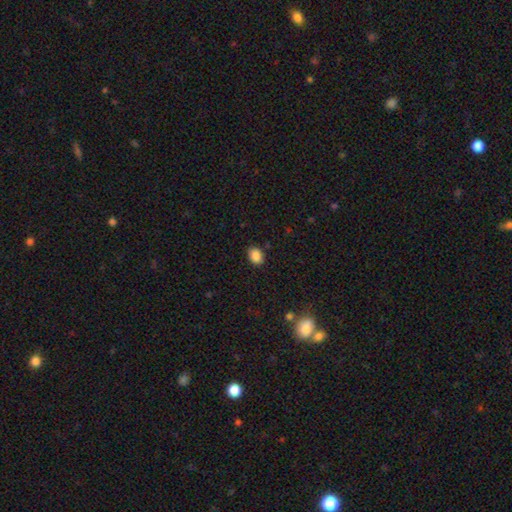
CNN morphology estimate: A smooth galaxy with no disk features (87%) that is in between round and cigar-shaped (69%).

Vote fractions:
- Smooth or featured? smooth: 87% / star or artifact: 9% / featured or disk: 4%
- How rounded? in between: 69% / round: 30% / cigar-shaped: 1%
- Merging? none: 86% / minor disturbance: 10% / major disturbance: 2% / merger: 1%